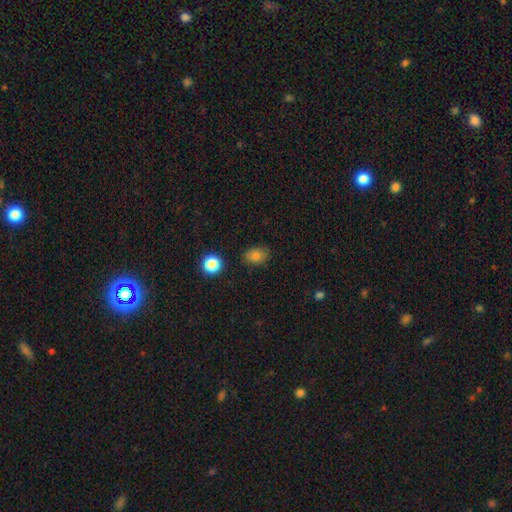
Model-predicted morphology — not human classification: smooth_or_featured: smooth (p=0.79) [alt: star or artifact p=0.13]
how_rounded: in between (p=0.64) [alt: round p=0.35]
merging: none (p=0.83) [alt: minor disturbance p=0.12]